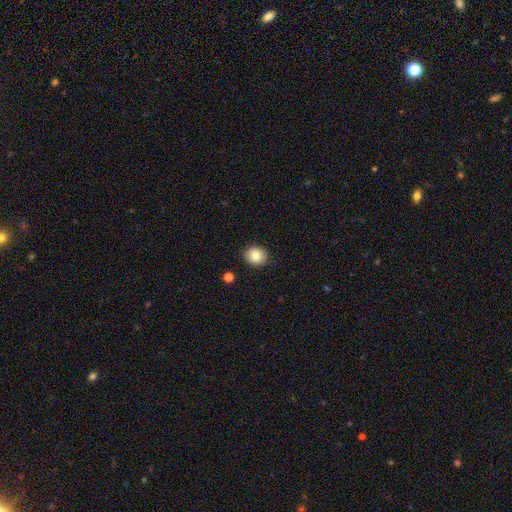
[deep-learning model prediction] A smooth galaxy with no disk features (82%) that is round (78%). Merging: none (90%).